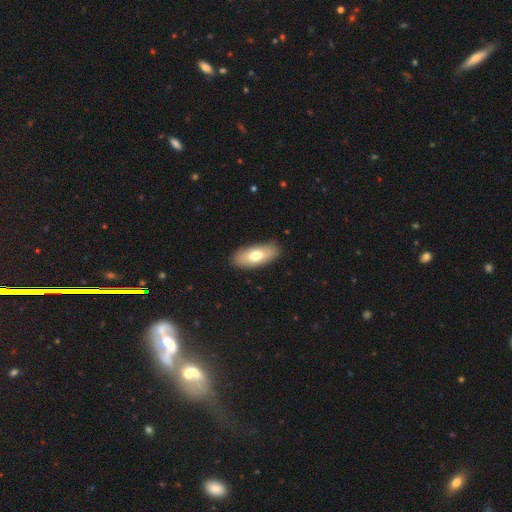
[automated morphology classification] Smooth or featured?
  - smooth: 71% *
  - featured or disk: 23%
  - star or artifact: 6%
How rounded?
  - in between: 84% *
  - cigar-shaped: 13%
  - round: 3%
Merging?
  - none: 88% *
  - minor disturbance: 9%
  - major disturbance: 2%
  - merger: 1%